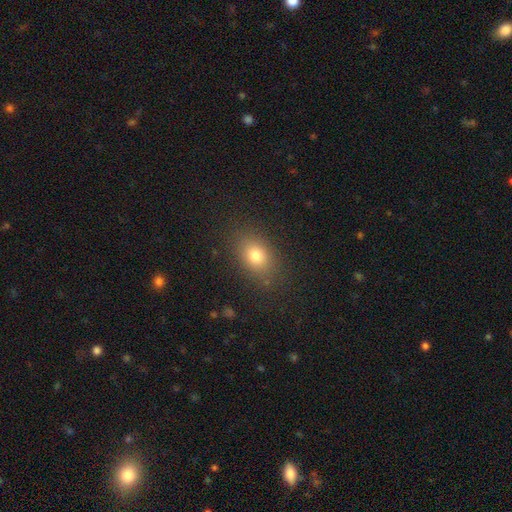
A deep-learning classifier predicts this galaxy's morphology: Smooth or featured?
  - smooth: 78% *
  - star or artifact: 12%
  - featured or disk: 10%
How rounded?
  - in between: 71% *
  - round: 27%
  - cigar-shaped: 2%
Merging?
  - none: 85% *
  - minor disturbance: 10%
  - major disturbance: 4%
  - merger: 1%